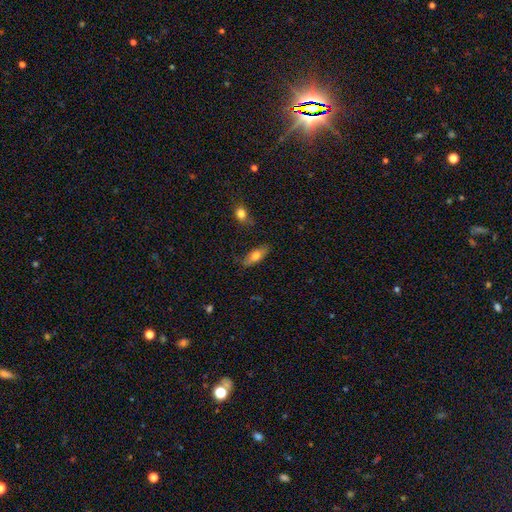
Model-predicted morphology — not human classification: Q: Smooth or featured?
A: smooth (71%); runner-up: featured or disk (23%)
Q: How rounded?
A: in between (74%); runner-up: cigar-shaped (23%)
Q: Merging?
A: none (77%); runner-up: minor disturbance (16%)